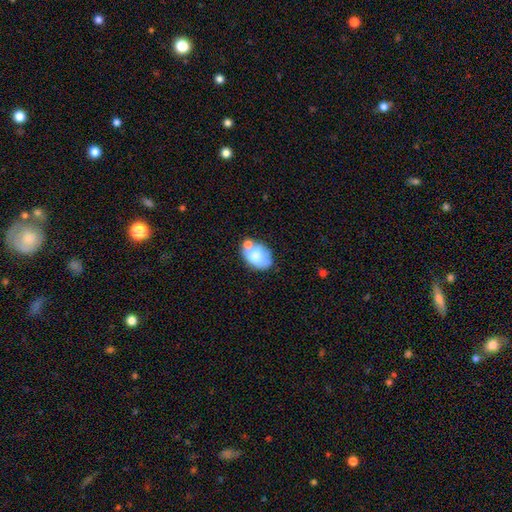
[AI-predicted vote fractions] smooth_or_featured: smooth (p=0.68) [alt: featured or disk p=0.25]
how_rounded: in between (p=0.83) [alt: round p=0.15]
merging: none (p=0.44) [alt: merger p=0.26]